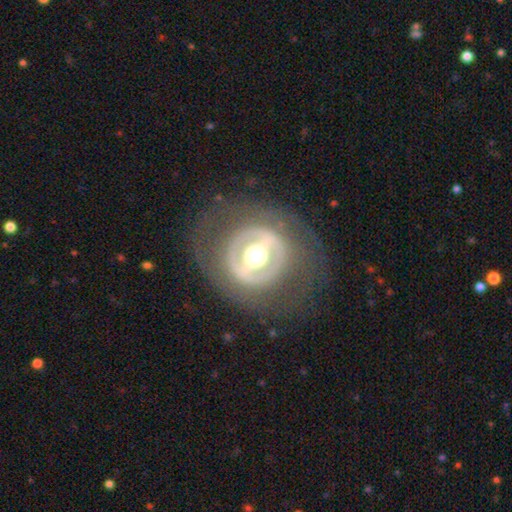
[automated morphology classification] Q: Smooth or featured?
A: featured or disk (76%); runner-up: smooth (18%)
Q: Edge-on disk?
A: no (93%); runner-up: yes (7%)
Q: Bar?
A: strong (59%); runner-up: weak (23%)
Q: Spiral arms?
A: no (75%); runner-up: yes (25%)
Q: Bulge size?
A: moderate (67%); runner-up: large (23%)
Q: Merging?
A: none (75%); runner-up: minor disturbance (13%)